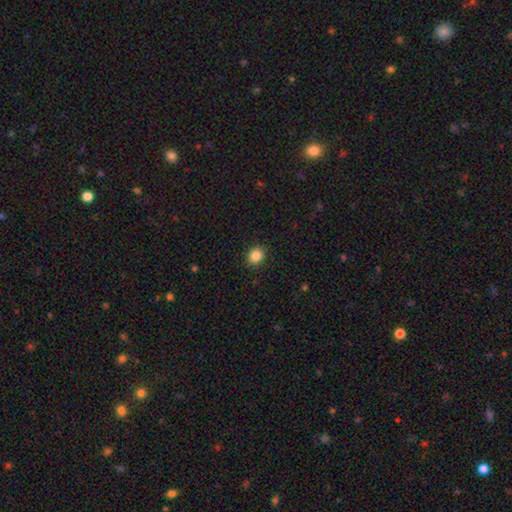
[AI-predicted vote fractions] Morphology: type=smooth (87%); roundness=round (68%); merging=none (90%).